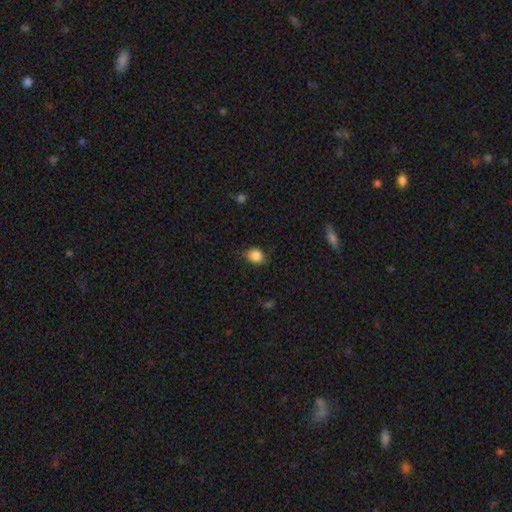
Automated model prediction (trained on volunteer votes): Smooth or featured?
  - smooth: 86% *
  - star or artifact: 9%
  - featured or disk: 5%
How rounded?
  - round: 53% *
  - in between: 46%
  - cigar-shaped: 1%
Merging?
  - none: 71% *
  - minor disturbance: 23%
  - major disturbance: 4%
  - merger: 1%